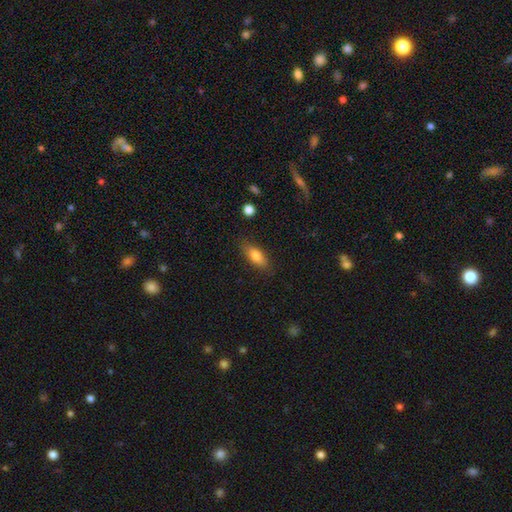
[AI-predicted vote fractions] Smooth or featured? smooth (80%)
How rounded? in between (75%)
Merging? none (82%)